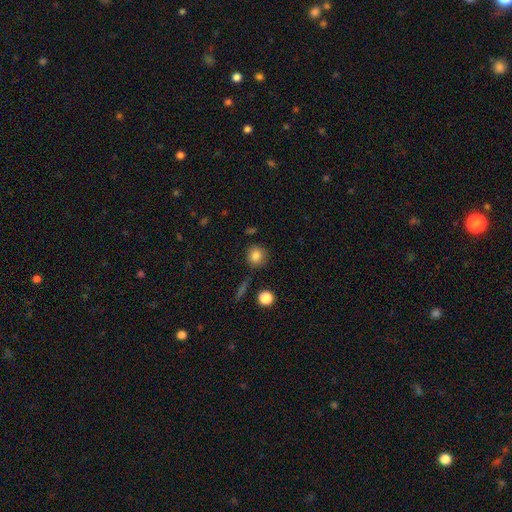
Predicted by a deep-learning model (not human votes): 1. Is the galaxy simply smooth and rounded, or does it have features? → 83% smooth, 10% star or artifact, 7% featured or disk.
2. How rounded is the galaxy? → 90% round, 9% in between, 1% cigar-shaped.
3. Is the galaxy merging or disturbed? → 83% none, 10% minor disturbance, 4% merger, 3% major disturbance.